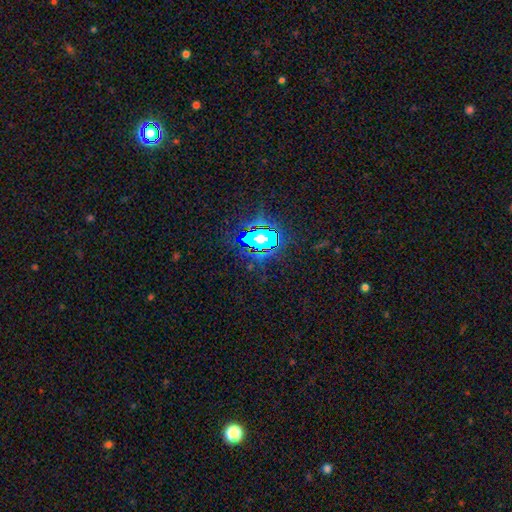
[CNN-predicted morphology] A star or artifact, not a galaxy (80%).